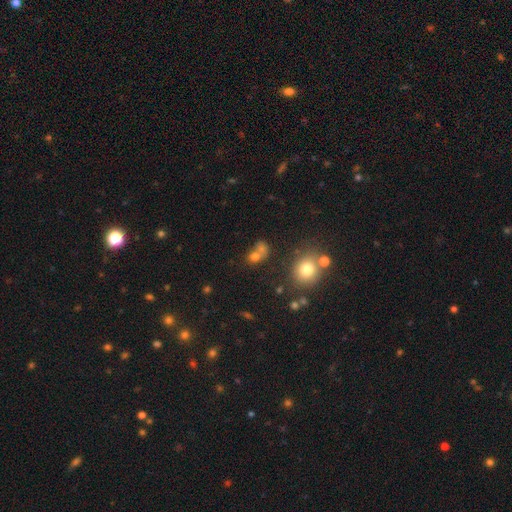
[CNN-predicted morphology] Smooth or featured?
  - smooth: 67% *
  - star or artifact: 21%
  - featured or disk: 12%
How rounded?
  - round: 62% *
  - in between: 37%
  - cigar-shaped: 2%
Merging?
  - merger: 44% *
  - none: 40%
  - minor disturbance: 10%
  - major disturbance: 6%